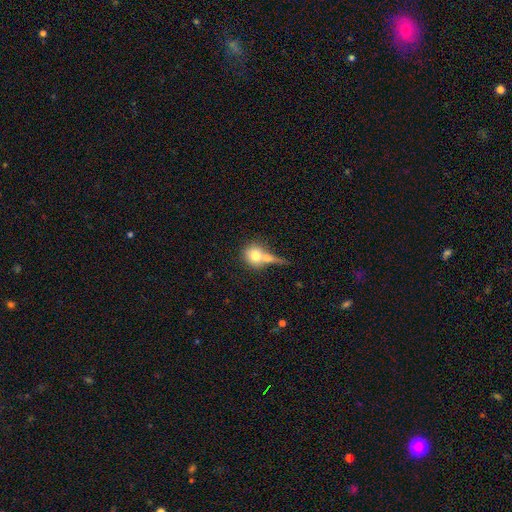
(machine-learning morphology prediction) Overall: smooth (72%). How rounded: round (77%). Merging: merger (48%; none 30%).